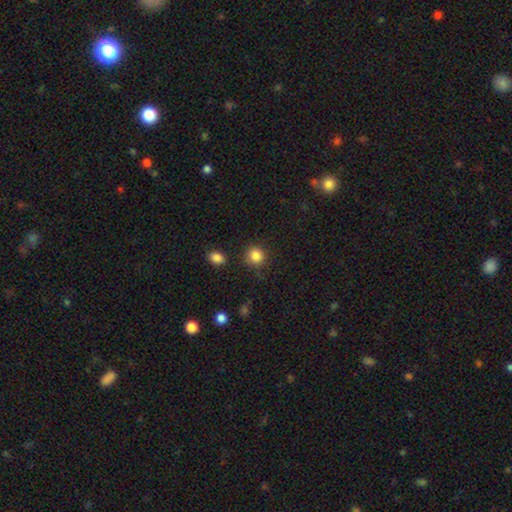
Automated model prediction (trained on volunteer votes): Smooth or featured? Predicted: smooth (p=0.85). How rounded? Predicted: round (p=0.88). Merging? Predicted: none (p=0.84).